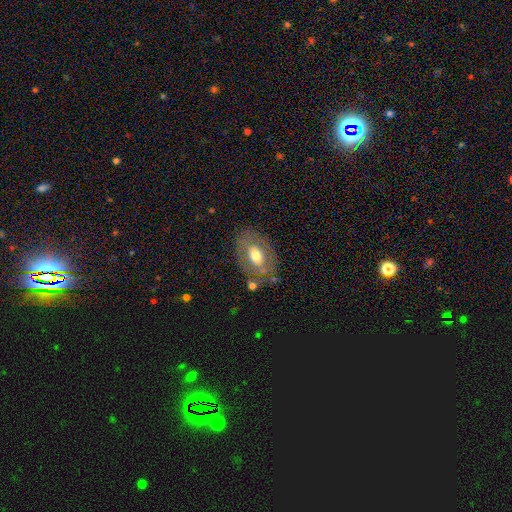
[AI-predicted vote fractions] This is possibly a smooth galaxy (55%). How rounded: likely in between (79%). Merging: likely none (72%).